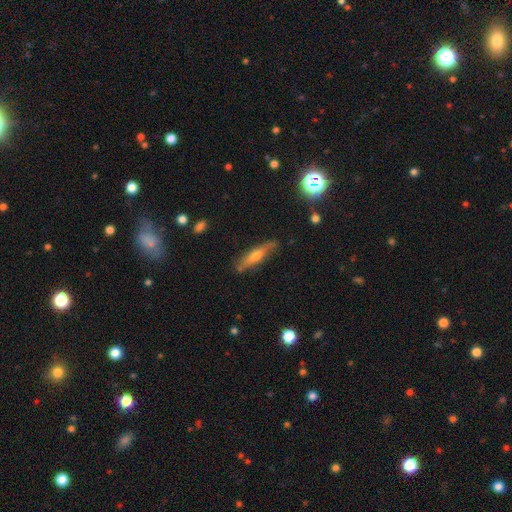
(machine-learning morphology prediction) Q: Smooth or featured?
A: featured or disk (53%); runner-up: smooth (37%)
Q: Edge-on disk?
A: yes (82%); runner-up: no (18%)
Q: Merging?
A: none (80%); runner-up: minor disturbance (15%)